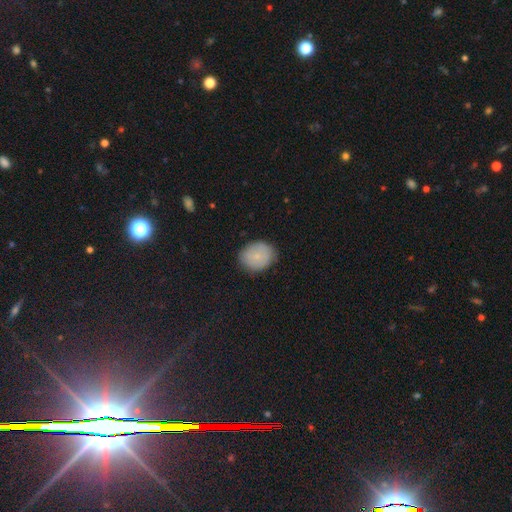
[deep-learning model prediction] Overall: smooth (75%). How rounded: round (54%; in between 45%). Merging: none (81%).